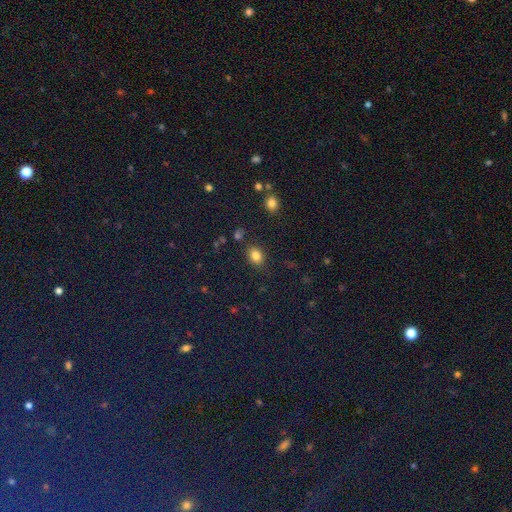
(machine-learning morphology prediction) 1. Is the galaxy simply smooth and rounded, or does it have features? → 83% smooth, 11% star or artifact, 6% featured or disk.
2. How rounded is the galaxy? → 64% in between, 35% round, 1% cigar-shaped.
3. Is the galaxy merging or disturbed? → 82% none, 11% minor disturbance, 3% major disturbance, 3% merger.